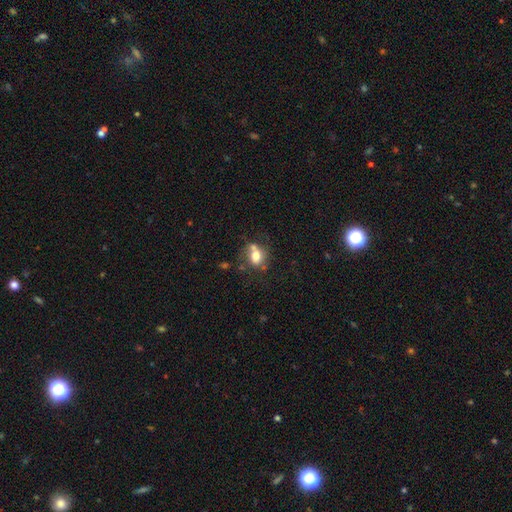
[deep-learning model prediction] Q: Smooth or featured?
A: smooth (69%); runner-up: featured or disk (20%)
Q: How rounded?
A: round (54%); runner-up: in between (45%)
Q: Merging?
A: none (43%); runner-up: merger (31%)